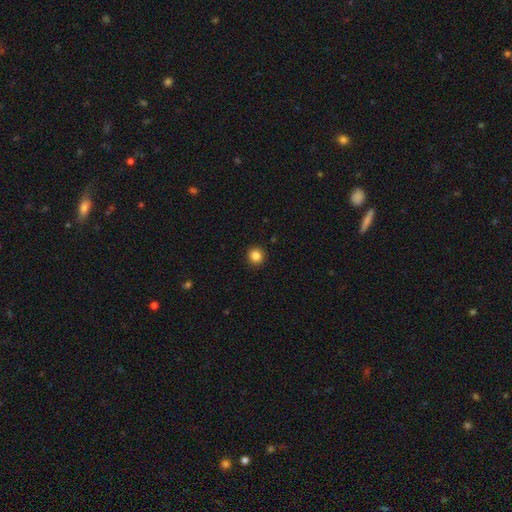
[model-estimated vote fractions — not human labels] Smooth or featured?
  - smooth: 85% *
  - star or artifact: 11%
  - featured or disk: 4%
How rounded?
  - round: 93% *
  - in between: 6%
  - cigar-shaped: 1%
Merging?
  - none: 93% *
  - minor disturbance: 5%
  - major disturbance: 2%
  - merger: 1%